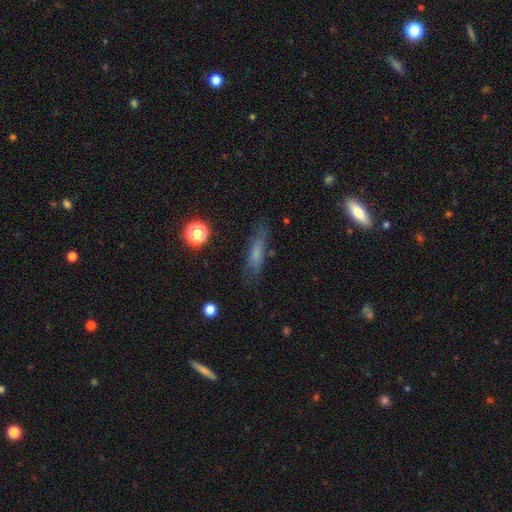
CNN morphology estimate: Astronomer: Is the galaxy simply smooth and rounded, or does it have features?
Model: smooth — 59%.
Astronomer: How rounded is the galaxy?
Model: cigar-shaped — 71%.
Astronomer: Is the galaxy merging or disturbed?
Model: none — 74%.